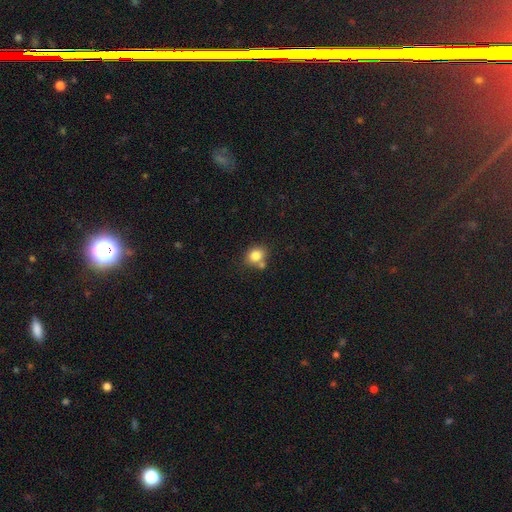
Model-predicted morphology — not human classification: A smooth galaxy with no disk features (82%) that is round (67%).

Vote fractions:
- Smooth or featured? smooth: 82% / star or artifact: 10% / featured or disk: 8%
- How rounded? round: 67% / in between: 32% / cigar-shaped: 1%
- Merging? none: 62% / merger: 22% / minor disturbance: 13% / major disturbance: 4%